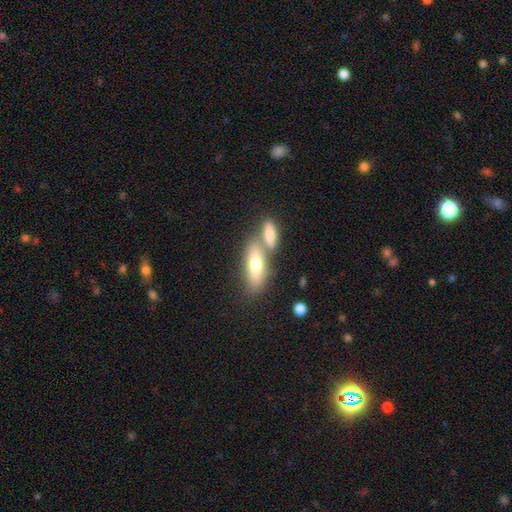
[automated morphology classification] Q: Smooth or featured?
A: smooth (51%); runner-up: featured or disk (38%)
Q: How rounded?
A: in between (60%); runner-up: cigar-shaped (34%)
Q: Merging?
A: merger (45%); runner-up: none (43%)